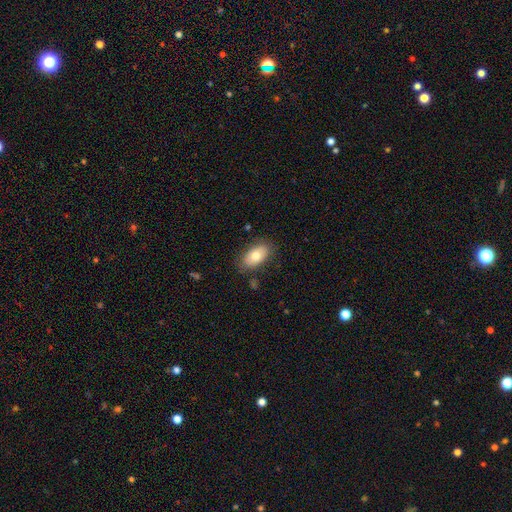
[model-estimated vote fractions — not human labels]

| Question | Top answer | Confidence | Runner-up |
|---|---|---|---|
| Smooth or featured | smooth | 75% | featured or disk (18%) |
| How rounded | in between | 92% | round (5%) |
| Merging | none | 82% | minor disturbance (13%) |